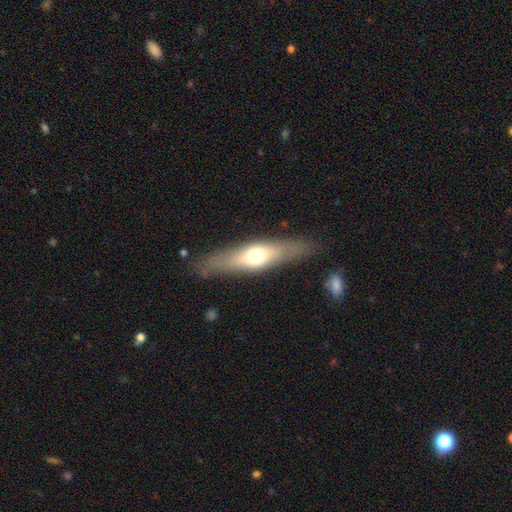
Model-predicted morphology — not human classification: Smooth or featured: smooth — 48% (featured or disk — 46%)
Merging: none — 84% (minor disturbance — 10%)